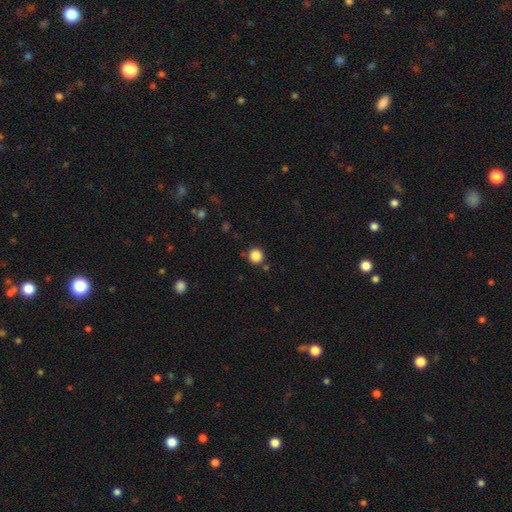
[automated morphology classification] This appears to be a smooth galaxy with no disk features (86%) that is round (93%). Merging: none (86%).